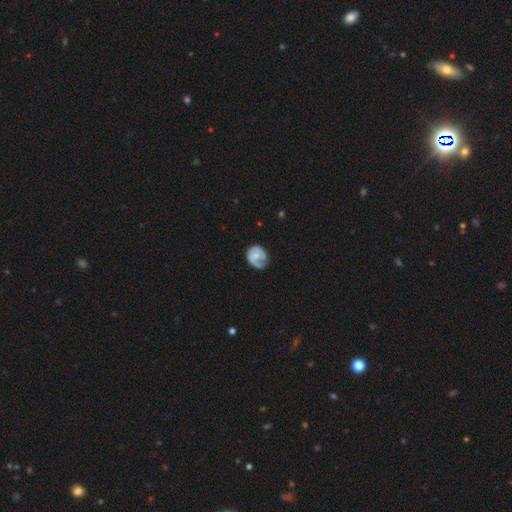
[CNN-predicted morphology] type=featured or disk (59%); edge-on=no (98%); bar=no (72%); spiral arms=yes (70%); bulge=small (52%); merging=none (45%).